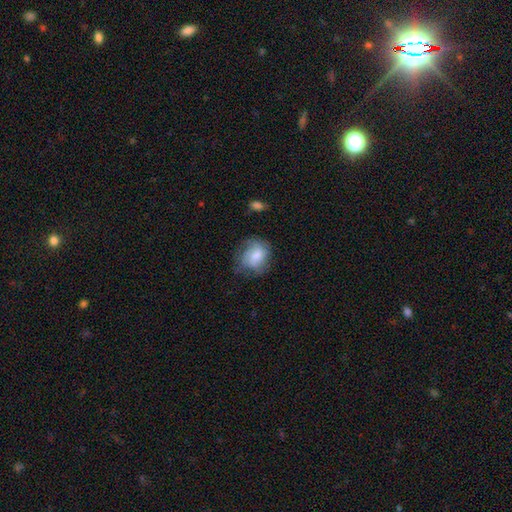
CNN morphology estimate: smooth-or-featured: smooth: 65% | featured or disk: 27% | star or artifact: 8%
  how-rounded: round: 59% | in between: 40% | cigar-shaped: 1%
  merging: none: 56% | minor disturbance: 28% | major disturbance: 14% | merger: 2%